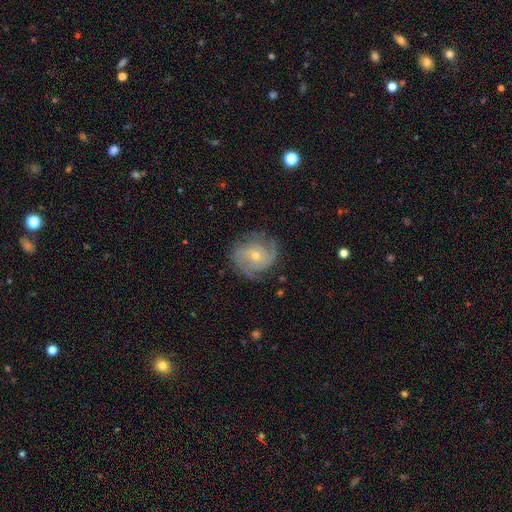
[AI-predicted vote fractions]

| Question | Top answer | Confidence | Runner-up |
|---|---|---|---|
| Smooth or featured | featured or disk | 80% | smooth (12%) |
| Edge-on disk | no | 97% | yes (3%) |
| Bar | no | 73% | weak (22%) |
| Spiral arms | yes | 94% | no (6%) |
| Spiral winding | tight | 54% | medium (36%) |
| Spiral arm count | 2 | 37% | 3 (23%) |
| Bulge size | small | 62% | moderate (35%) |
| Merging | none | 75% | minor disturbance (17%) |